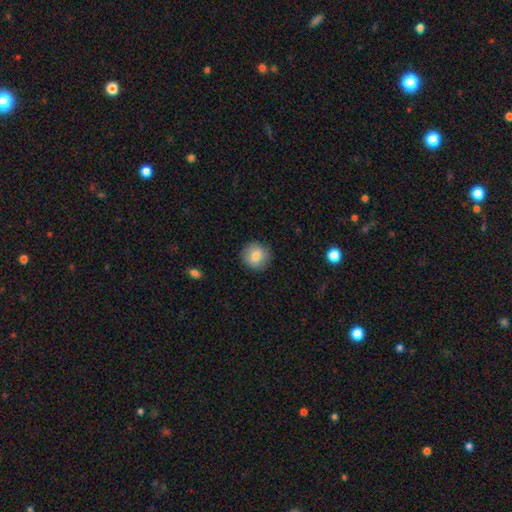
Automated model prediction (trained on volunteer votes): Overall: smooth (81%). How rounded: round (92%). Merging: none (89%).